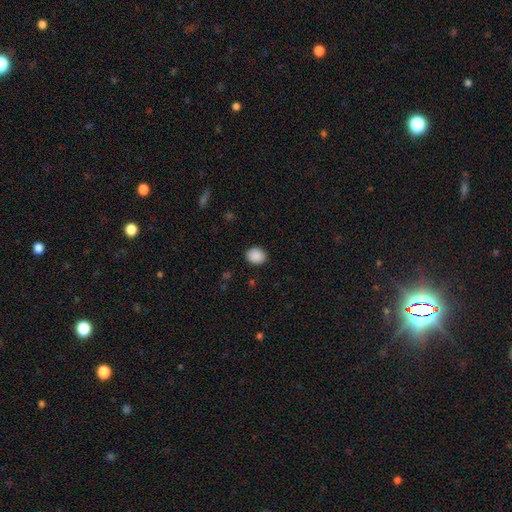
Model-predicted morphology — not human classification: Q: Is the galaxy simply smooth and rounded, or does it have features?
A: smooth — 89%.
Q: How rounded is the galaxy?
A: round — 64%.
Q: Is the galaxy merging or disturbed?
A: none — 89%.